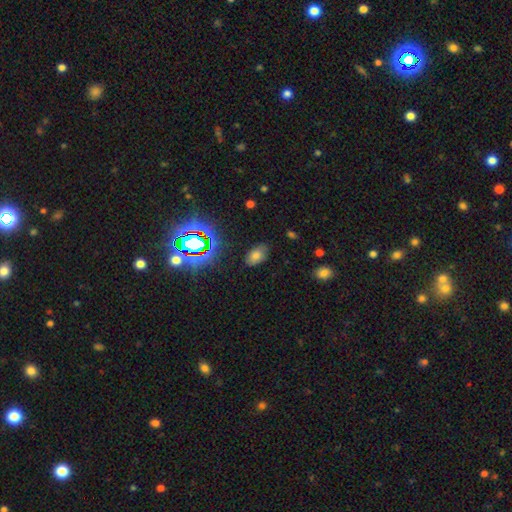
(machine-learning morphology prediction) Smooth or featured? smooth (67%)
How rounded? in between (89%)
Merging? none (79%)